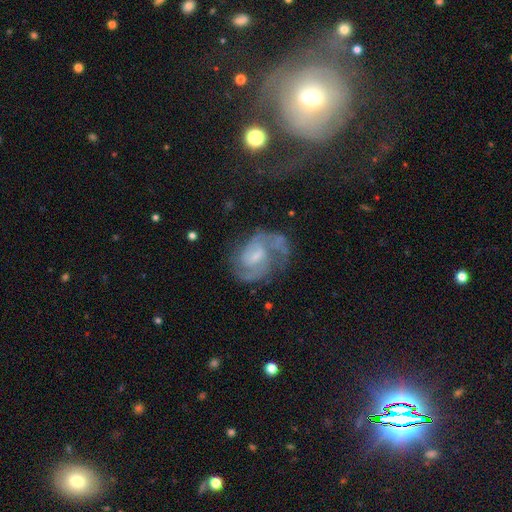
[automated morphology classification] A featured or disk galaxy (81%) with a weak bar (56%), 2 (64%) medium (48%) spiral arms (92%) and a small central bulge (47%). Merging: none (54%).